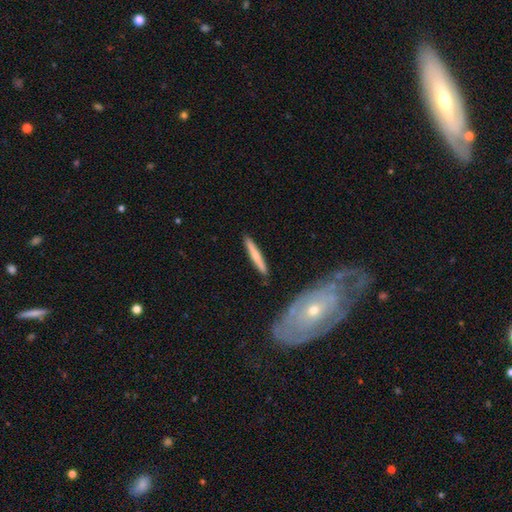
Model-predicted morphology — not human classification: Overall: smooth (63%; featured or disk 32%). How rounded: cigar-shaped (94%). Merging: none (88%).